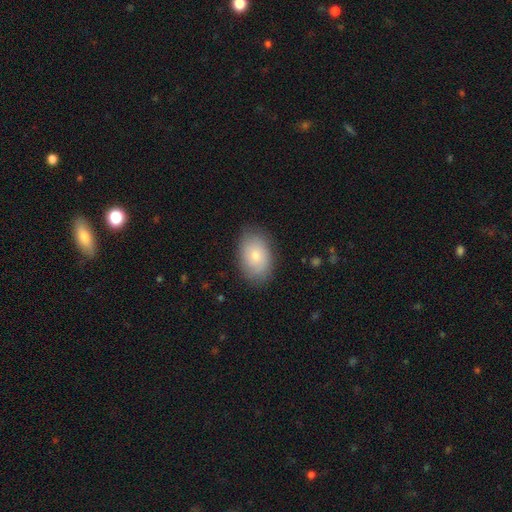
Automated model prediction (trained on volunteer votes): Smooth or featured? smooth (80%)
How rounded? in between (88%)
Merging? none (83%)